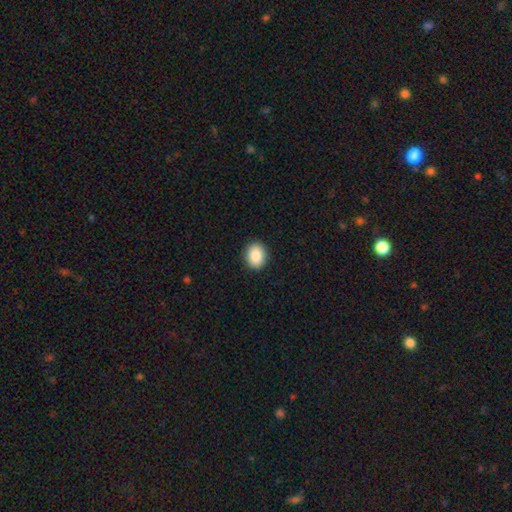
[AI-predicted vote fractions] Smooth or featured? Predicted: smooth (p=0.87). How rounded? Predicted: round (p=0.59). Merging? Predicted: none (p=0.91).